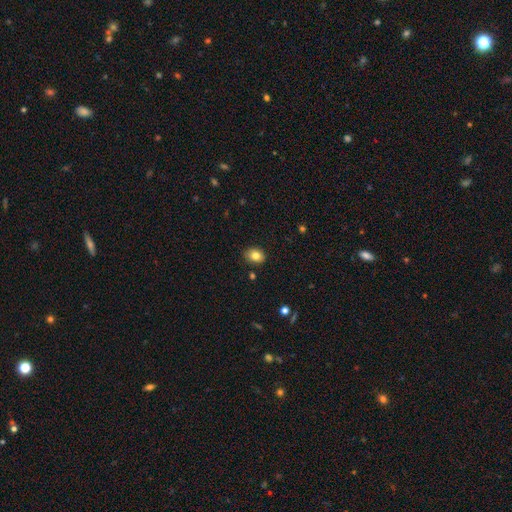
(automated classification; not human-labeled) Smooth or featured? smooth (81%)
How rounded? in between (63%)
Merging? none (86%)